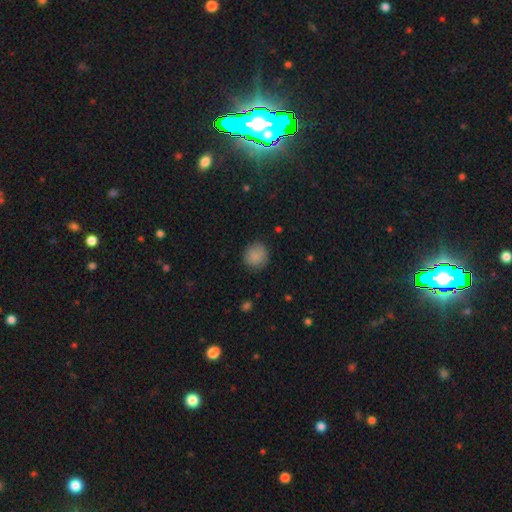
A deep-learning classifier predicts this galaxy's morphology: Smooth or featured? Predicted: smooth (p=0.85). How rounded? Predicted: round (p=0.90). Merging? Predicted: none (p=0.83).